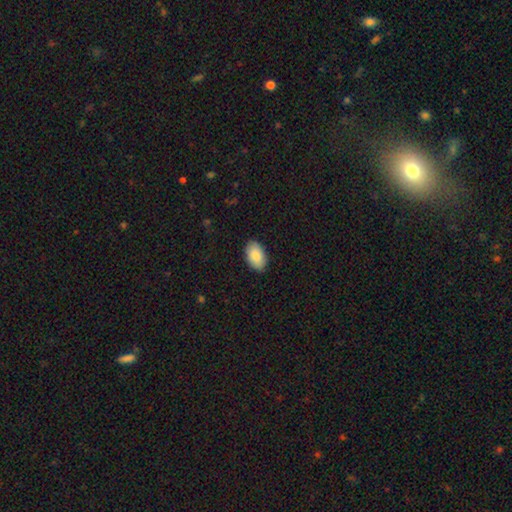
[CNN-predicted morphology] smooth-or-featured: smooth: 88% | star or artifact: 6% | featured or disk: 6%
  how-rounded: in between: 94% | round: 5% | cigar-shaped: 1%
  merging: none: 89% | minor disturbance: 9% | major disturbance: 2% | merger: 1%